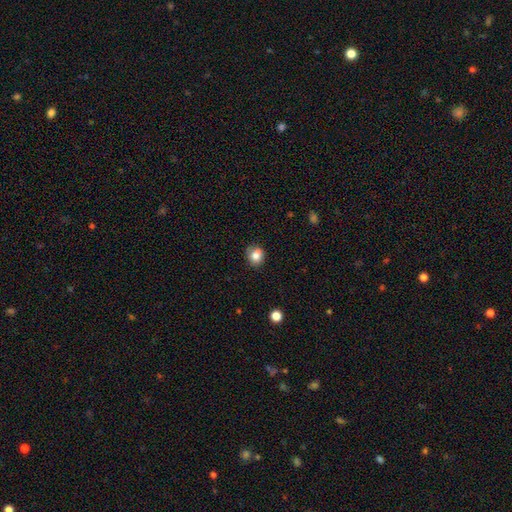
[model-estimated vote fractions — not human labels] The model was most divided on "how rounded": round: 73%, in between: 26%, cigar-shaped: 1%. More confident: smooth or featured — smooth (81%); merging — none (75%).